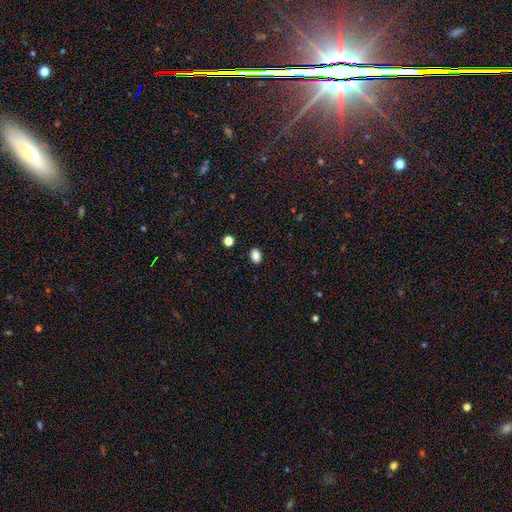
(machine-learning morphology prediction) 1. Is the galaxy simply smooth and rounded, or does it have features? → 86% smooth, 10% star or artifact, 4% featured or disk.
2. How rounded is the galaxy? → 76% in between, 23% round, 1% cigar-shaped.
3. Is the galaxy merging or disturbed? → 89% none, 8% minor disturbance, 2% major disturbance, 1% merger.